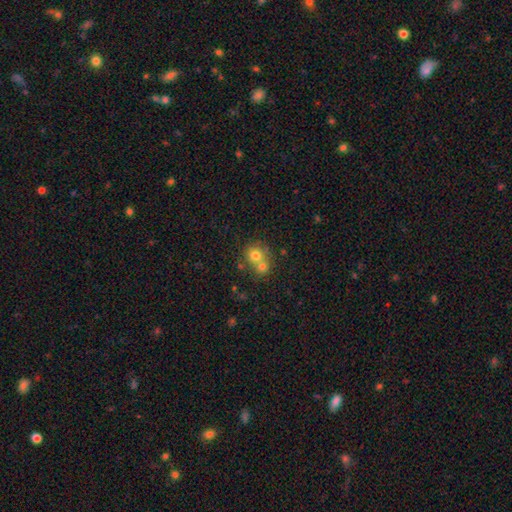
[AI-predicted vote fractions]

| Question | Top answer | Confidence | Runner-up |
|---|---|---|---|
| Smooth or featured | smooth | 72% | featured or disk (16%) |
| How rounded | round | 84% | in between (15%) |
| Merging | merger | 52% | none (39%) |